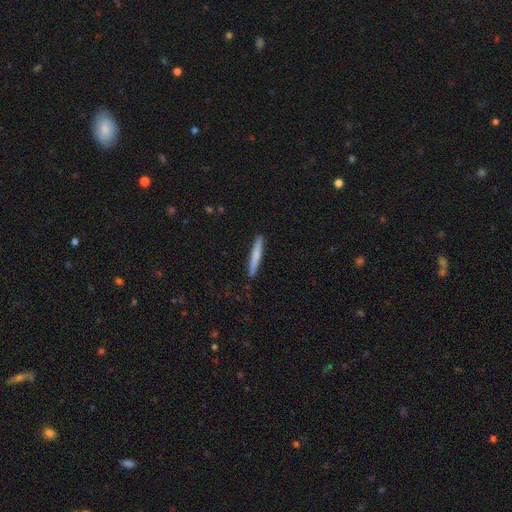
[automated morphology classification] smooth-or-featured: smooth: 69% | featured or disk: 26% | star or artifact: 5%
  how-rounded: cigar-shaped: 96% | in between: 3% | round: 1%
  merging: none: 91% | minor disturbance: 7% | major disturbance: 1% | merger: 1%